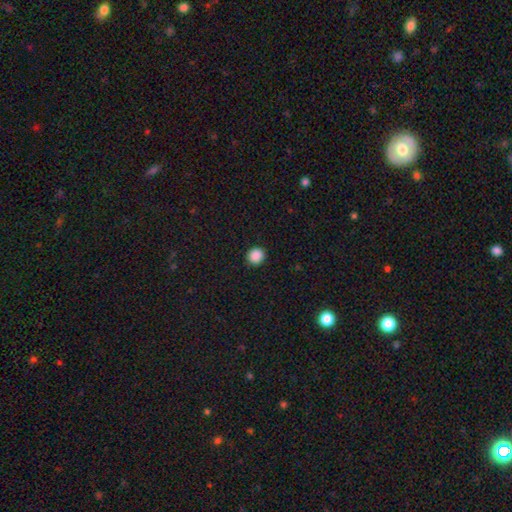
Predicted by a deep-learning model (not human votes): A smooth galaxy with no disk features (88%) that is round (85%).

Vote fractions:
- Smooth or featured? smooth: 88% / star or artifact: 9% / featured or disk: 2%
- How rounded? round: 85% / in between: 14% / cigar-shaped: 1%
- Merging? none: 91% / minor disturbance: 7% / major disturbance: 2% / merger: 1%